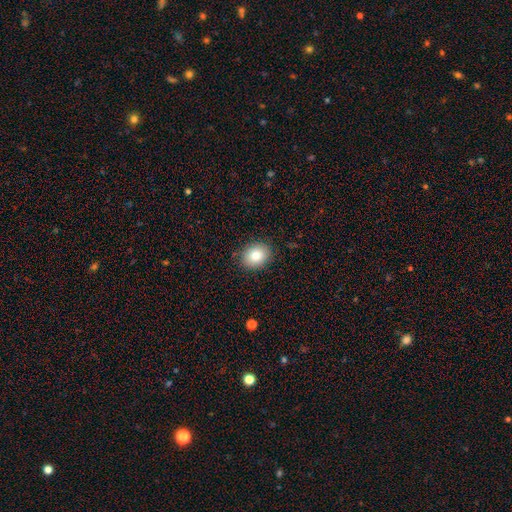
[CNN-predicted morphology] Smooth or featured? smooth (82%)
How rounded? round (52%)
Merging? none (87%)